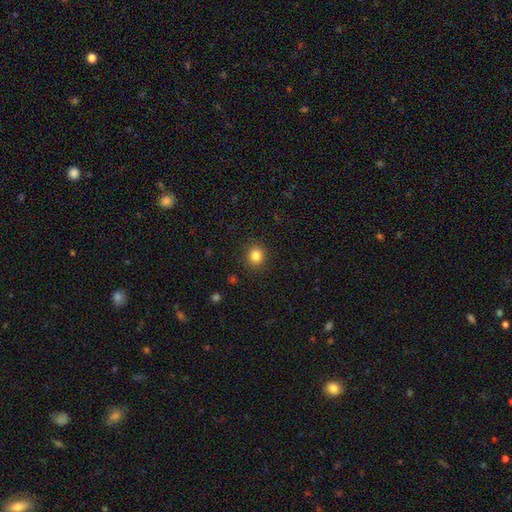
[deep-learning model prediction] This appears to be a smooth galaxy with no disk features (84%) that is round (83%). Merging: none (90%).